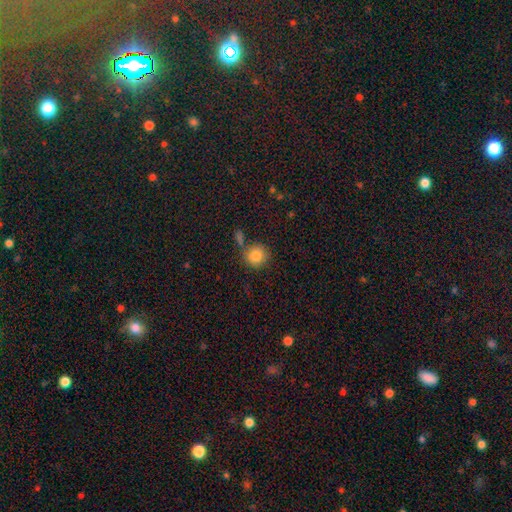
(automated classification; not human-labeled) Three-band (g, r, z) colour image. It shows a smooth galaxy with no disk features (84%) that is round (90%). Merging: none (68%).